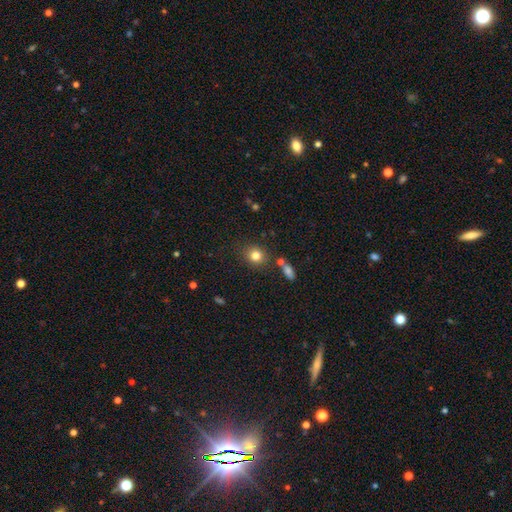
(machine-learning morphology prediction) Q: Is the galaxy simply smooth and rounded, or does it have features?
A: smooth — 81%.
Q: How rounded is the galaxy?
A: round — 78%.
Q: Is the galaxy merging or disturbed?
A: none — 79%.